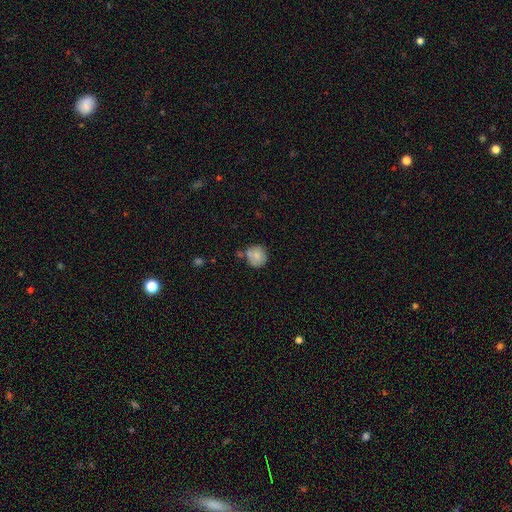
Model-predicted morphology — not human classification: smooth 78%, featured or disk 14%, star or artifact 8%. Down the decision tree: how rounded — round (89%); merging — none (62%).